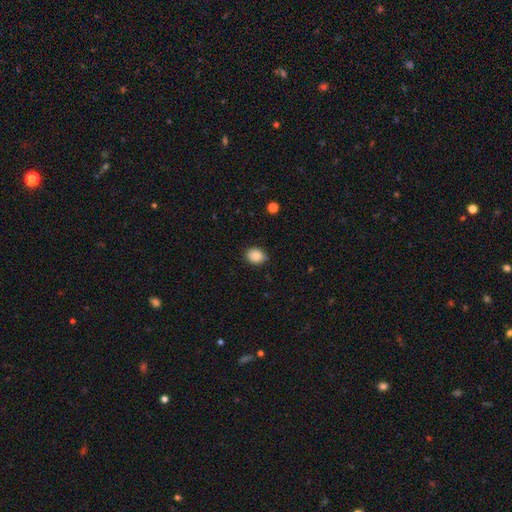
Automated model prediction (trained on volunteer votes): smooth 86%, star or artifact 9%, featured or disk 5%. Down the decision tree: how rounded — round (50%); merging — none (80%).